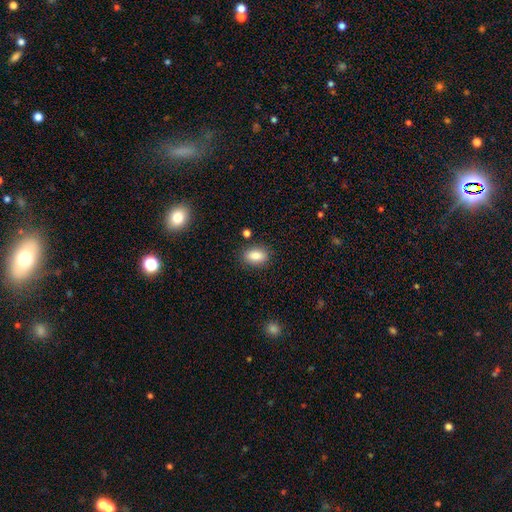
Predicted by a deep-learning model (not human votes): The model was most divided on "merging": none: 84%, minor disturbance: 10%, merger: 3%, major disturbance: 3%. More confident: how rounded — in between (86%); smooth or featured — smooth (86%).